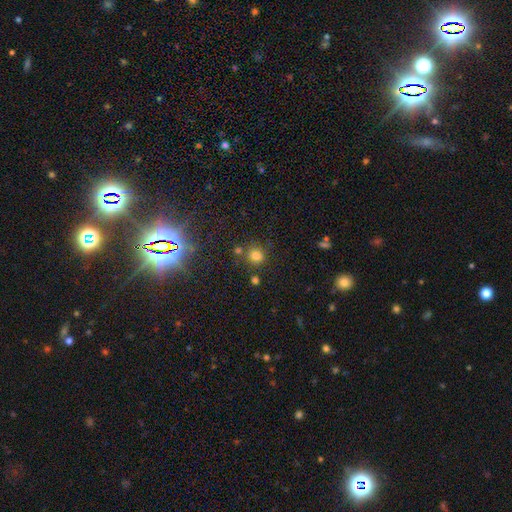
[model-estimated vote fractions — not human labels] Smooth or featured: smooth — 76% (star or artifact — 18%)
How rounded: round — 87% (in between — 12%)
Merging: none — 74% (merger — 11%)